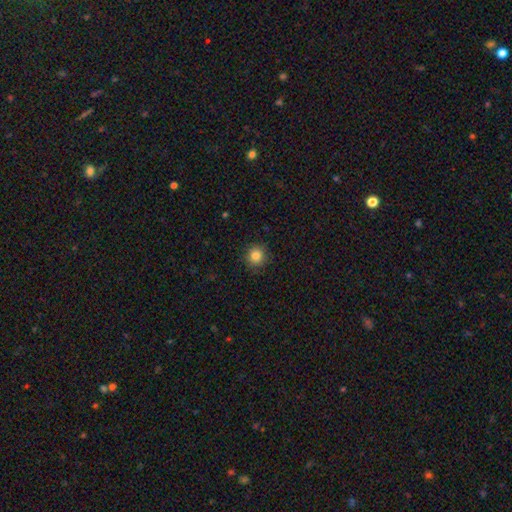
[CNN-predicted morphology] A smooth galaxy with no disk features (84%) that is round (93%). Merging: none (89%).